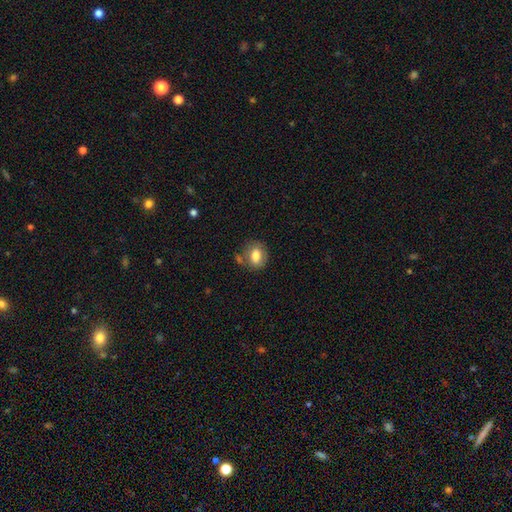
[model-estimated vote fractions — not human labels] A smooth galaxy with no disk features (77%) that is in between round and cigar-shaped (59%).

Vote fractions:
- Smooth or featured? smooth: 77% / featured or disk: 15% / star or artifact: 8%
- How rounded? in between: 59% / round: 40% / cigar-shaped: 1%
- Merging? none: 65% / minor disturbance: 18% / merger: 12% / major disturbance: 6%